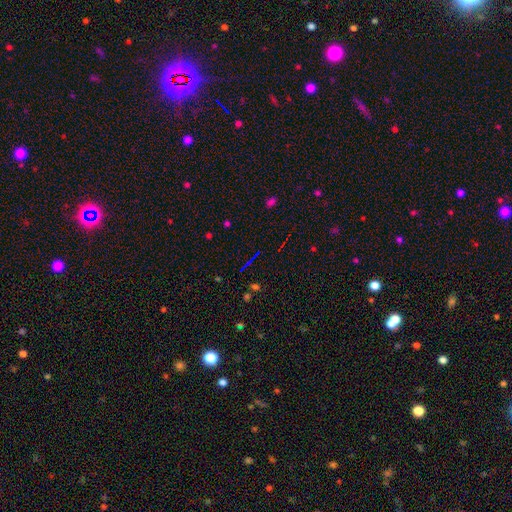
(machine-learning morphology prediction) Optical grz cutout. It shows a star or artifact, not a galaxy (62%).